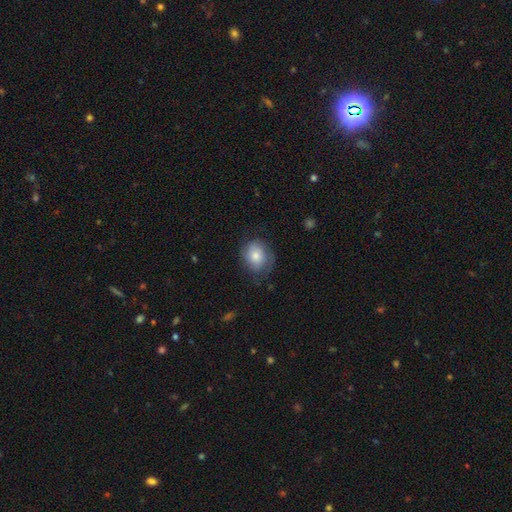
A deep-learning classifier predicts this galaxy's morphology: Smooth or featured: smooth — 71% (featured or disk — 22%)
How rounded: round — 53% (in between — 46%)
Merging: none — 63% (minor disturbance — 26%)